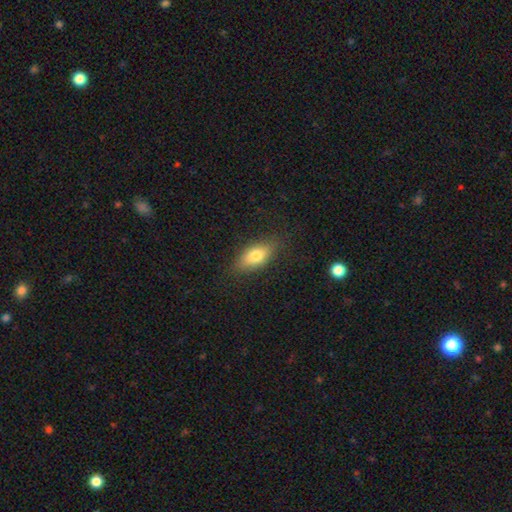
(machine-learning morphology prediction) Smooth or featured? smooth (75%)
How rounded? in between (83%)
Merging? none (82%)